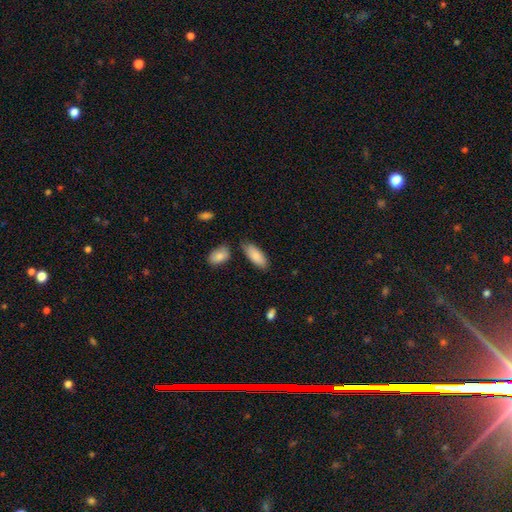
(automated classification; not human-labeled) Smooth or featured? Predicted: smooth (p=0.87). How rounded? Predicted: in between (p=0.80). Merging? Predicted: none (p=0.74).